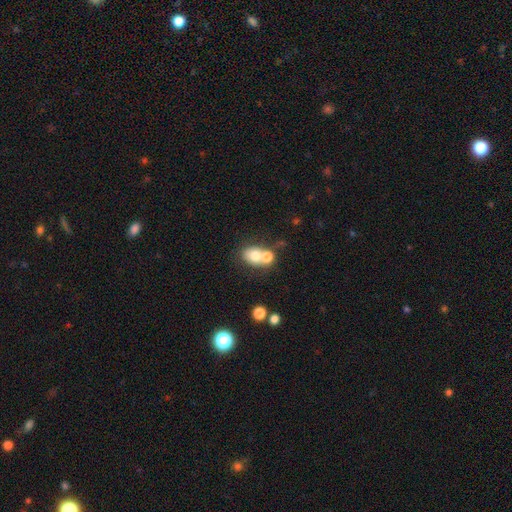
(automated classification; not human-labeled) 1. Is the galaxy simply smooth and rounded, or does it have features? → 71% smooth, 19% featured or disk, 10% star or artifact.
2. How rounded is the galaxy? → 52% round, 47% in between, 1% cigar-shaped.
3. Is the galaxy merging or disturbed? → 58% merger, 29% none, 8% minor disturbance, 4% major disturbance.